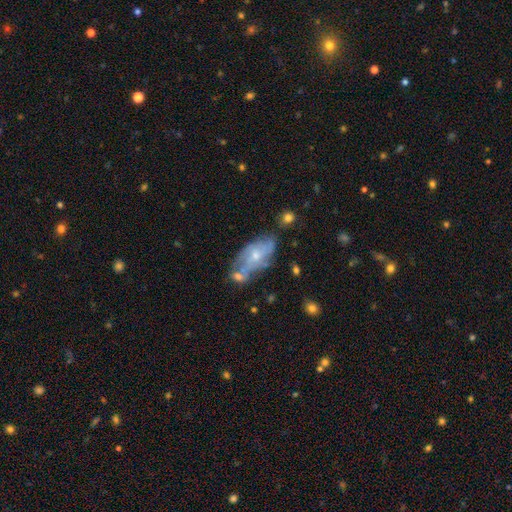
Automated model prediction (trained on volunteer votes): Smooth or featured: featured or disk — 65% (smooth — 27%)
Edge-on disk: no — 90% (yes — 10%)
Bar: no — 75% (weak — 21%)
Spiral arms: yes — 67% (no — 33%)
Bulge size: small — 59% (moderate — 36%)
Merging: none — 44% (minor disturbance — 25%)